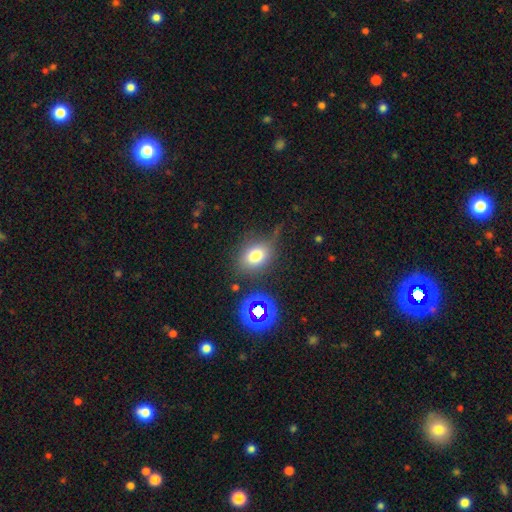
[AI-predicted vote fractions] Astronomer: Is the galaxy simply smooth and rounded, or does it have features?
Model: smooth — 73%.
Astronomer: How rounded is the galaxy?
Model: in between — 52% (runner-up: round, 47%).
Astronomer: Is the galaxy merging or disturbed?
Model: none — 67%.